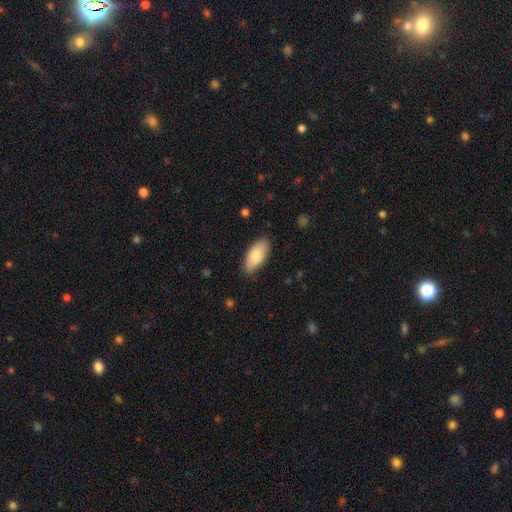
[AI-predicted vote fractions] Q: Smooth or featured?
A: smooth (78%); runner-up: featured or disk (16%)
Q: How rounded?
A: in between (91%); runner-up: cigar-shaped (7%)
Q: Merging?
A: none (84%); runner-up: minor disturbance (13%)